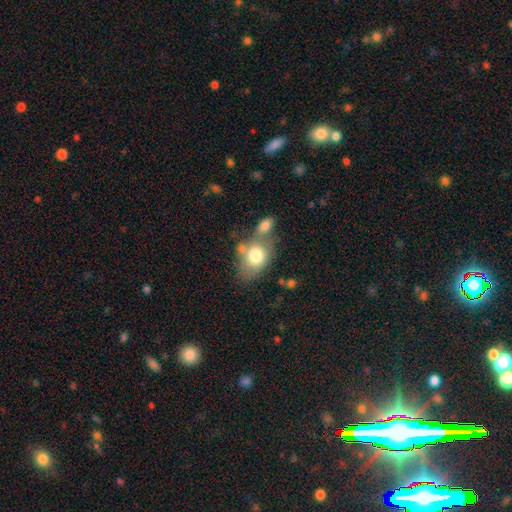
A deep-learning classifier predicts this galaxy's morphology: Smooth or featured: smooth — 75% (featured or disk — 18%)
How rounded: in between — 72% (round — 27%)
Merging: none — 41% (merger — 36%)